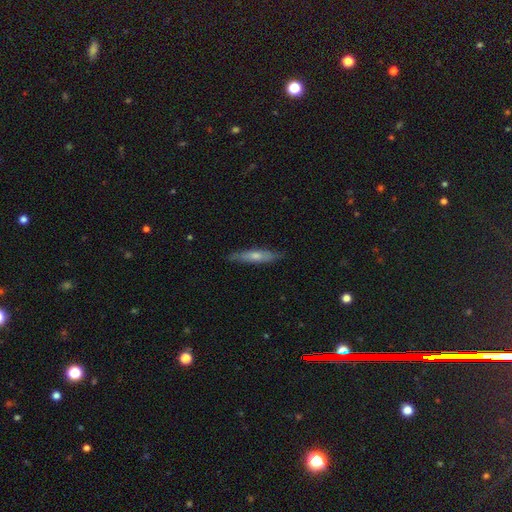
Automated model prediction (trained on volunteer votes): Overall: featured or disk (49%; smooth 45%). Merging: none (86%).